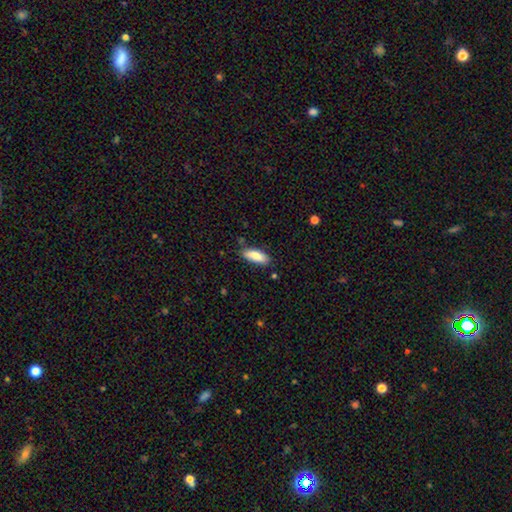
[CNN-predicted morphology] type=smooth (83%); roundness=in between (74%); merging=none (82%).